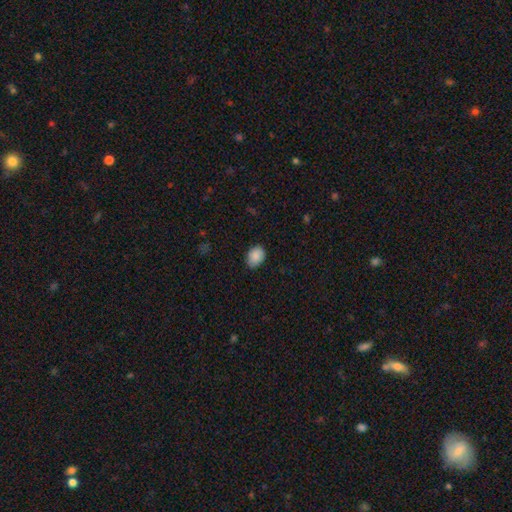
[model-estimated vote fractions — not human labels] smooth-or-featured: smooth: 89% | star or artifact: 7% | featured or disk: 4%
  how-rounded: in between: 72% | round: 27% | cigar-shaped: 1%
  merging: none: 78% | minor disturbance: 18% | major disturbance: 3% | merger: 1%